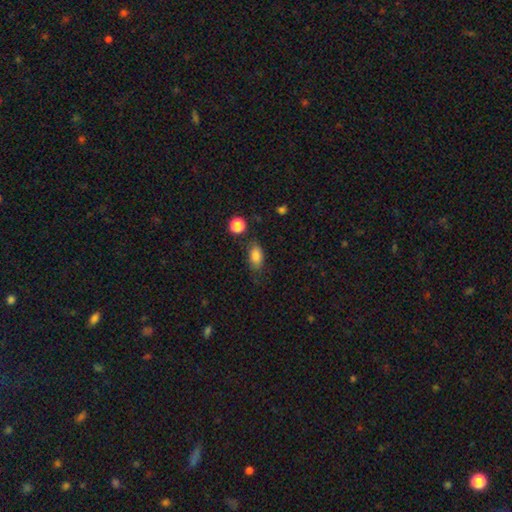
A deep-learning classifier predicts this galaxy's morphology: smooth-or-featured: smooth: 83% | star or artifact: 9% | featured or disk: 7%
  how-rounded: in between: 86% | round: 10% | cigar-shaped: 4%
  merging: none: 76% | minor disturbance: 16% | major disturbance: 5% | merger: 3%